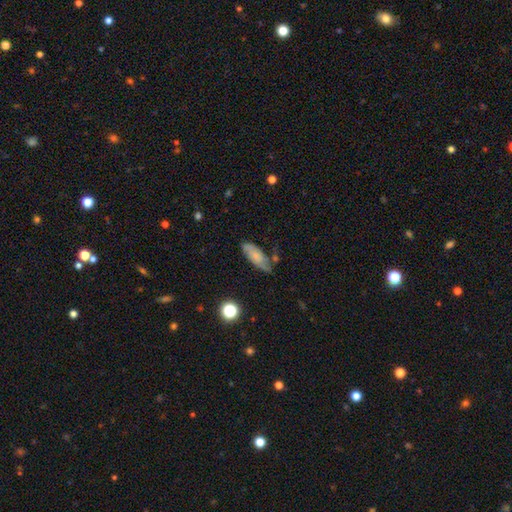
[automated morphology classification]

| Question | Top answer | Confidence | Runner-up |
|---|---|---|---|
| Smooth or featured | smooth | 50% | featured or disk (42%) |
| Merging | none | 59% | minor disturbance (26%) |